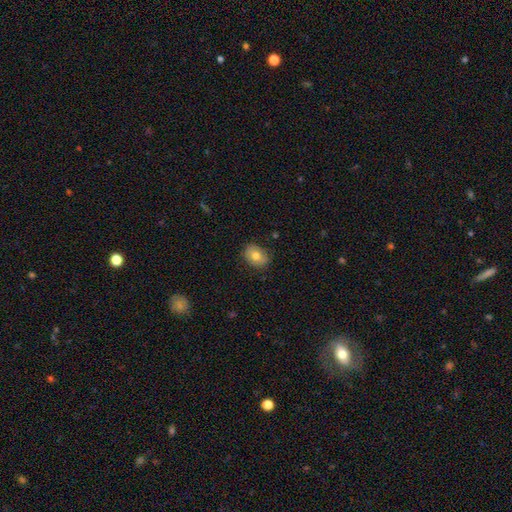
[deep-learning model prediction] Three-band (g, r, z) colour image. It shows a smooth galaxy with no disk features (77%) that is in between round and cigar-shaped (63%). Merging: none (82%).